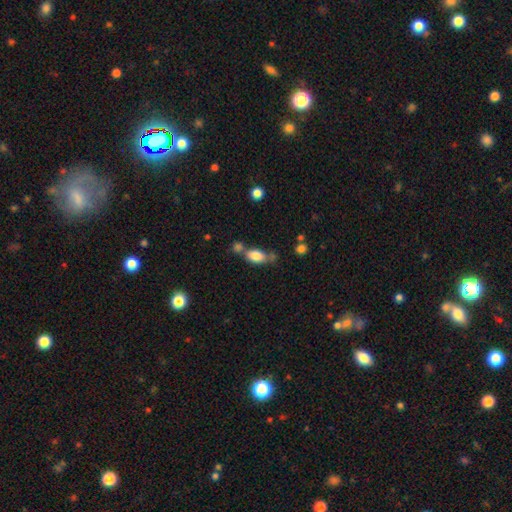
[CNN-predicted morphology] Overall: smooth (82%). How rounded: in between (85%). Merging: none (44%; merger 34%).